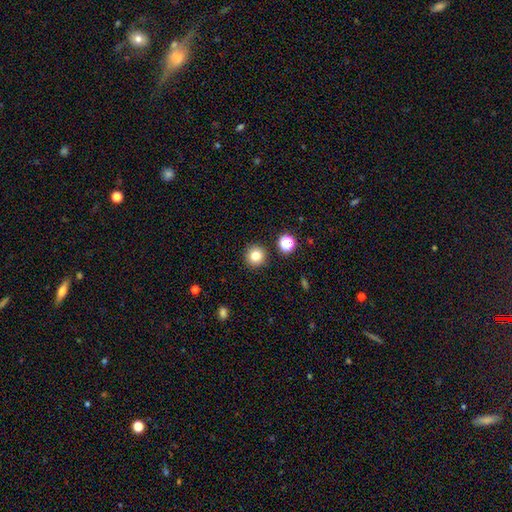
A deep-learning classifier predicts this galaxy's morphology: Smooth or featured: smooth — 79% (star or artifact — 13%)
How rounded: round — 95% (in between — 4%)
Merging: none — 90% (minor disturbance — 5%)